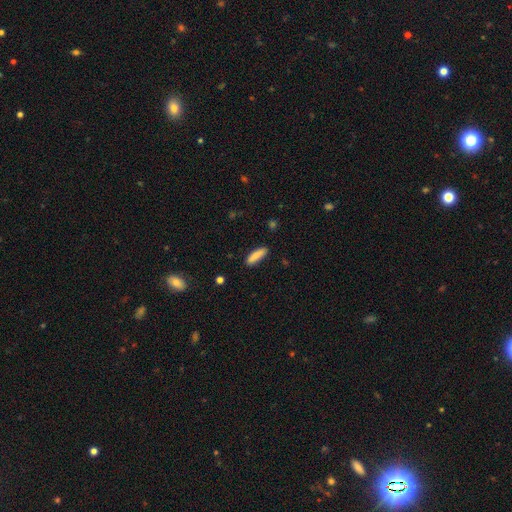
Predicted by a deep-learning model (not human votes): Q: Smooth or featured?
A: smooth (85%); runner-up: featured or disk (8%)
Q: How rounded?
A: cigar-shaped (56%); runner-up: in between (42%)
Q: Merging?
A: none (86%); runner-up: minor disturbance (10%)